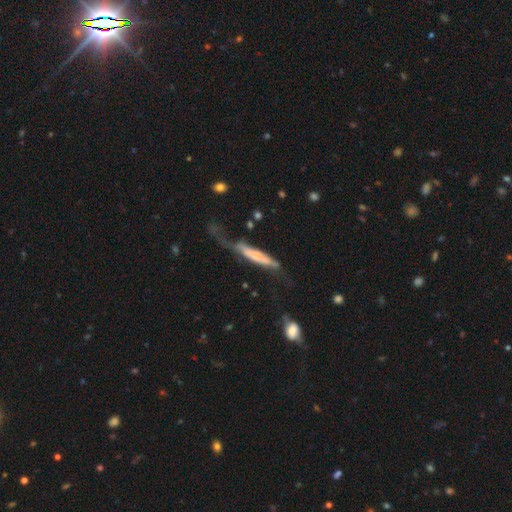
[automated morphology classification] smooth_or_featured: featured or disk (p=0.49) [alt: smooth p=0.44]
merging: major disturbance (p=0.41) [alt: none p=0.26]